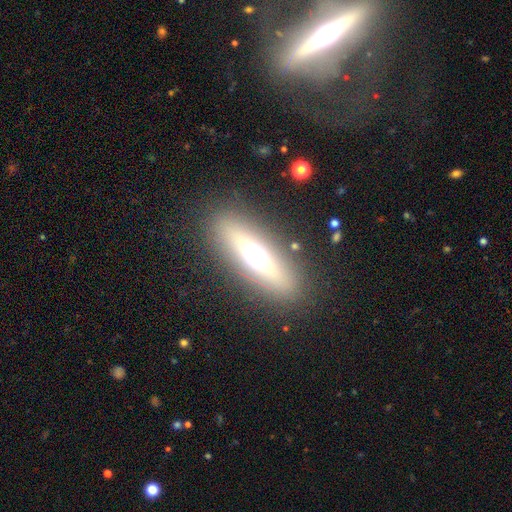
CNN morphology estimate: Smooth or featured? Predicted: featured or disk (p=0.45). Merging? Predicted: none (p=0.85).